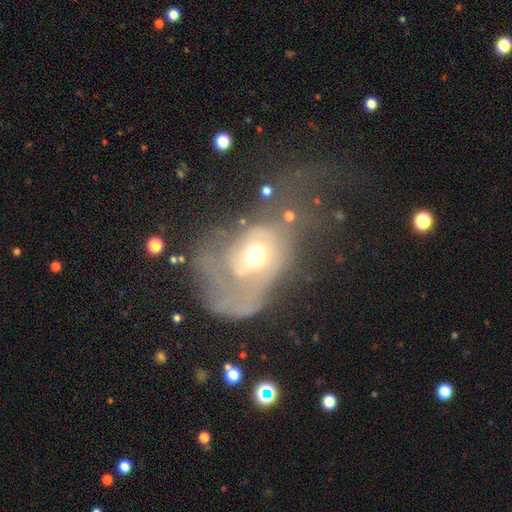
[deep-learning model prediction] smooth_or_featured: featured or disk (p=0.60) [alt: smooth p=0.31]
disk_edge_on: no (p=0.96) [alt: yes p=0.04]
bar: no (p=0.73) [alt: weak p=0.21]
has_spiral_arms: no (p=0.52) [alt: yes p=0.48]
bulge_size: moderate (p=0.68) [alt: small p=0.17]
merging: major disturbance (p=0.65) [alt: none p=0.13]